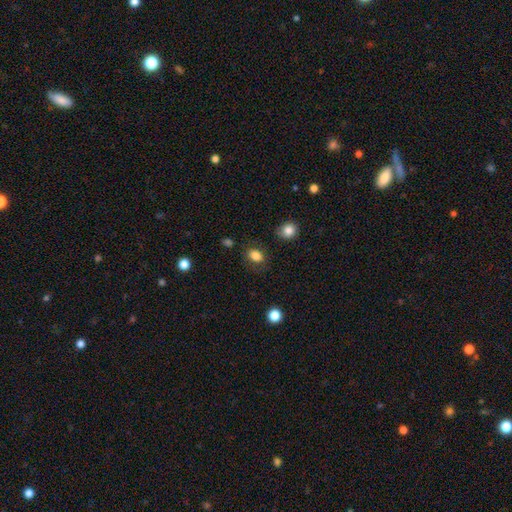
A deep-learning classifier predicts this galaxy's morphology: The model was most divided on "how rounded": in between: 70%, round: 29%, cigar-shaped: 1%. More confident: smooth or featured — smooth (84%); merging — none (81%).